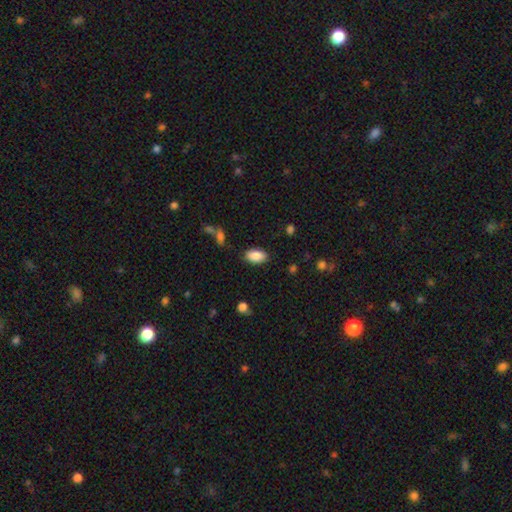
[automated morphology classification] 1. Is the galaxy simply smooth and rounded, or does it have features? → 88% smooth, 7% star or artifact, 5% featured or disk.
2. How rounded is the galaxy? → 94% in between, 5% round, 2% cigar-shaped.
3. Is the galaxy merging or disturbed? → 85% none, 10% minor disturbance, 3% major disturbance, 2% merger.